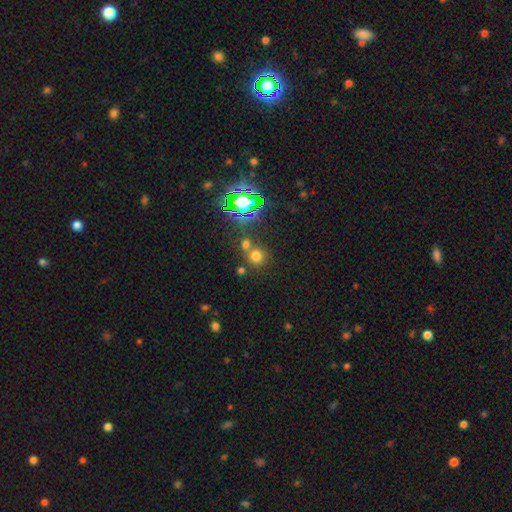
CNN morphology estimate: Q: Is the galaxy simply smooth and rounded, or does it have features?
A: smooth — 62%.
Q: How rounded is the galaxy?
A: round — 87%.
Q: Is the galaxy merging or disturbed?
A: none — 63%.